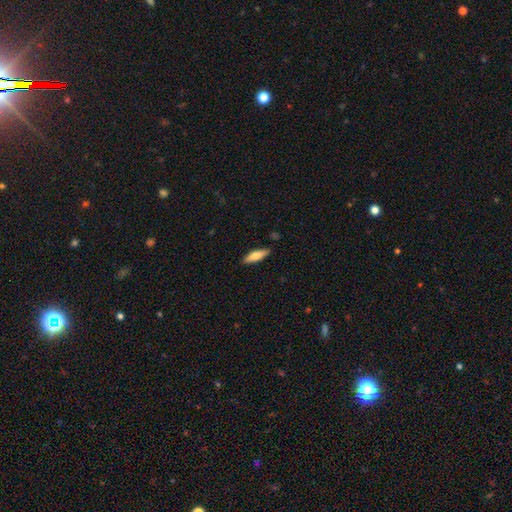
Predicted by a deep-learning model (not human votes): smooth-or-featured: smooth: 71% | featured or disk: 23% | star or artifact: 6%
  how-rounded: cigar-shaped: 57% | in between: 41% | round: 2%
  merging: none: 87% | minor disturbance: 10% | major disturbance: 2% | merger: 1%